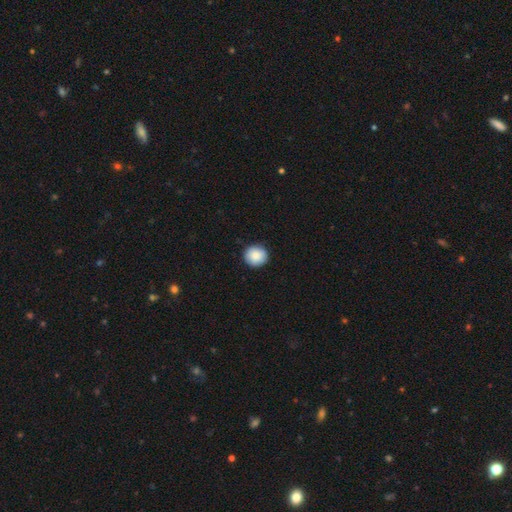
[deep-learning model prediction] This is clearly a smooth galaxy (86%). How rounded: clearly round (91%). Merging: clearly none (90%).